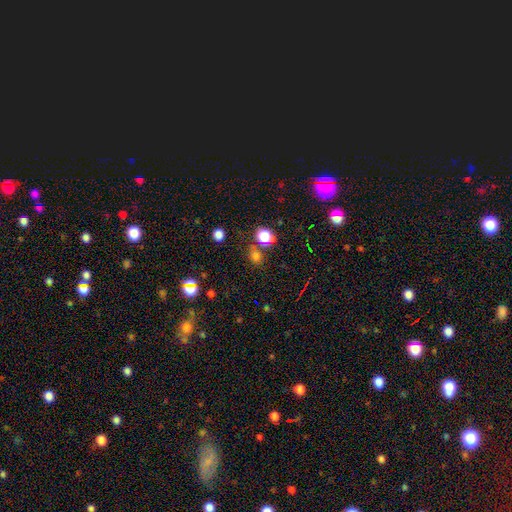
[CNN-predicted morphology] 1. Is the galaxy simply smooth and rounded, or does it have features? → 63% smooth, 31% star or artifact, 6% featured or disk.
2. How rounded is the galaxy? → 78% round, 20% in between, 1% cigar-shaped.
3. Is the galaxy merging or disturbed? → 71% none, 13% merger, 11% minor disturbance, 5% major disturbance.